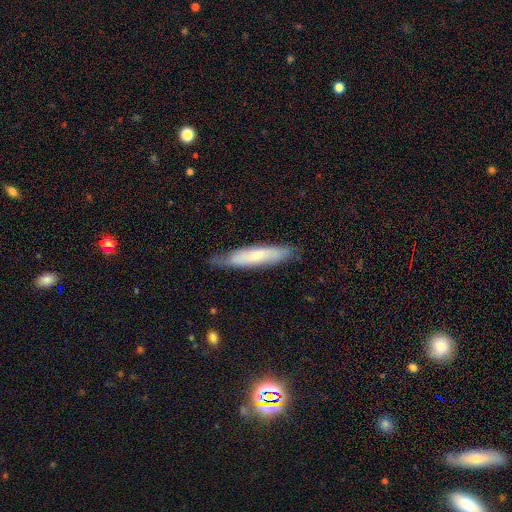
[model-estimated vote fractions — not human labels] smooth 66%, featured or disk 28%, star or artifact 6%. Down the decision tree: how rounded — cigar-shaped (85%); merging — none (75%).